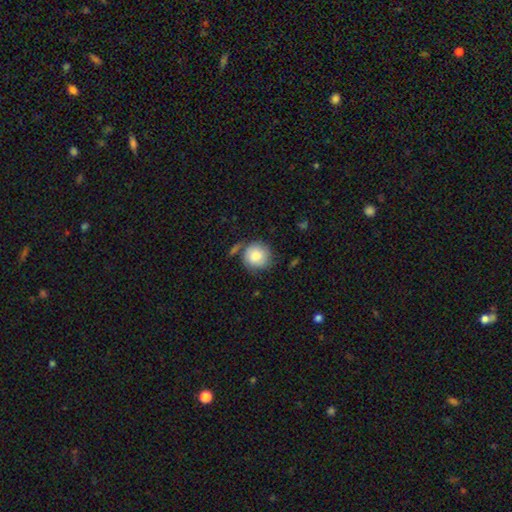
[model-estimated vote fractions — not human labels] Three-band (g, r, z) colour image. It shows a smooth galaxy with no disk features (82%) that is round (92%). Merging: none (68%).